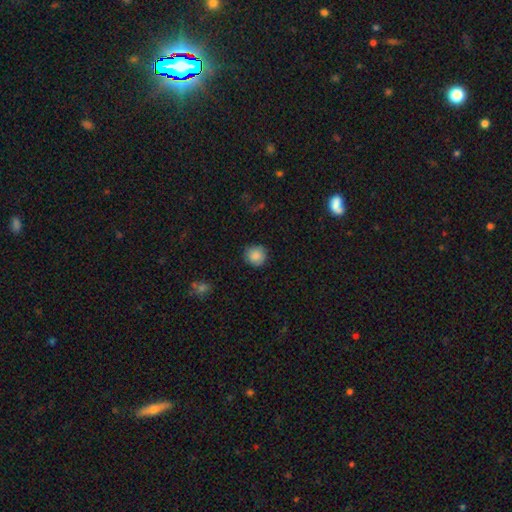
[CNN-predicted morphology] type=smooth (87%); roundness=round (93%); merging=none (88%).